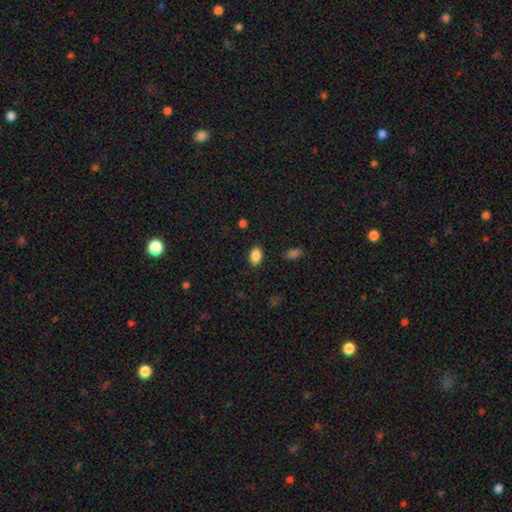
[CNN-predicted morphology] smooth_or_featured: smooth (p=0.88) [alt: star or artifact p=0.09]
how_rounded: in between (p=0.85) [alt: round p=0.14]
merging: none (p=0.87) [alt: minor disturbance p=0.09]